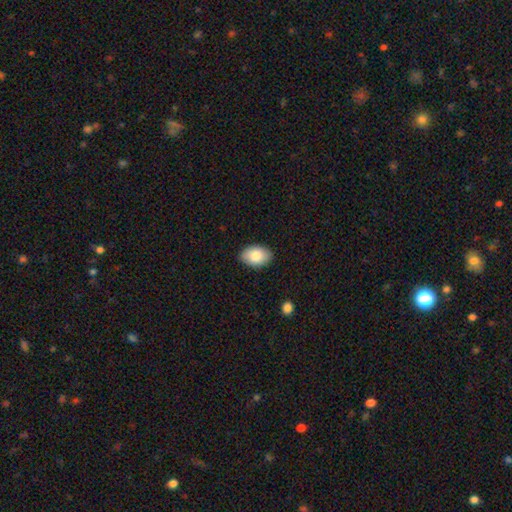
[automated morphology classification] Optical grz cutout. It shows a smooth galaxy with no disk features (83%) that is in between round and cigar-shaped (88%). Merging: none (88%).